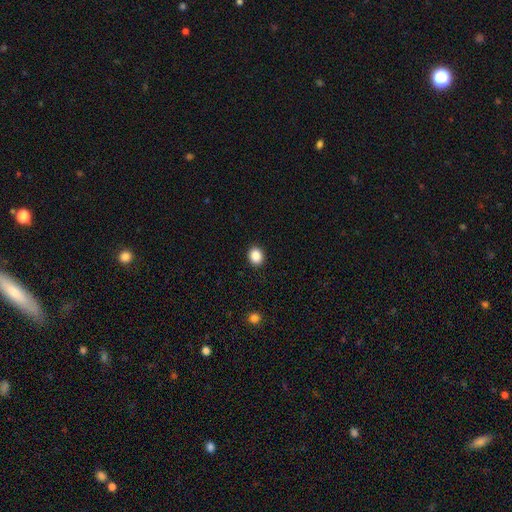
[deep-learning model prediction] Morphology: type=smooth (88%); roundness=round (60%); merging=none (91%).